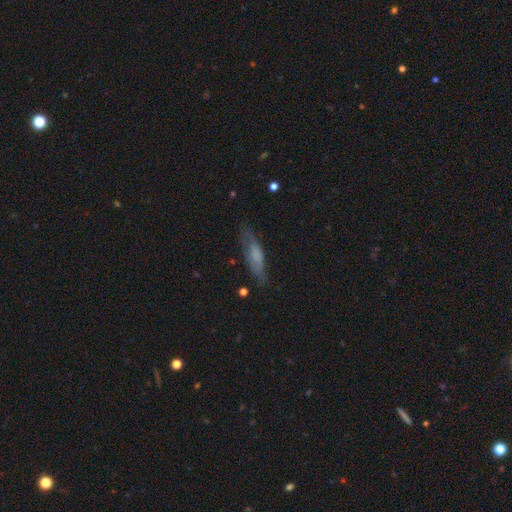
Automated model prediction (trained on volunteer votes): smooth-or-featured: smooth: 56% | featured or disk: 35% | star or artifact: 8%
  how-rounded: cigar-shaped: 63% | in between: 35% | round: 2%
  merging: none: 68% | minor disturbance: 22% | major disturbance: 8% | merger: 2%